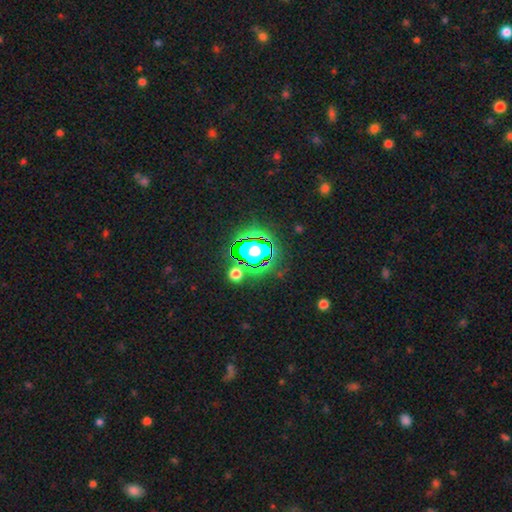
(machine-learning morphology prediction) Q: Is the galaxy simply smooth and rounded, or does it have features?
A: star or artifact — 76%.